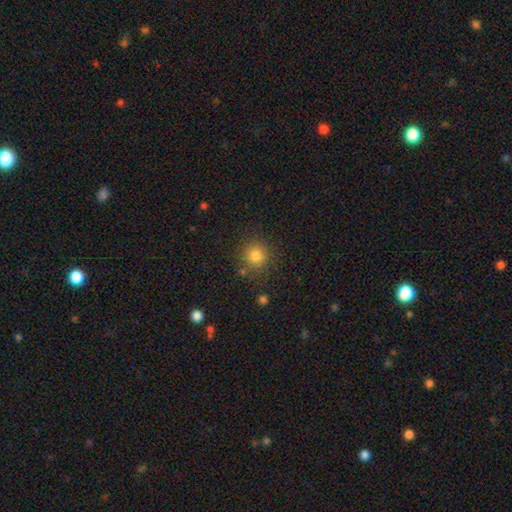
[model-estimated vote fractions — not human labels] smooth 81%, star or artifact 13%, featured or disk 6%. Down the decision tree: how rounded — round (92%); merging — none (84%).